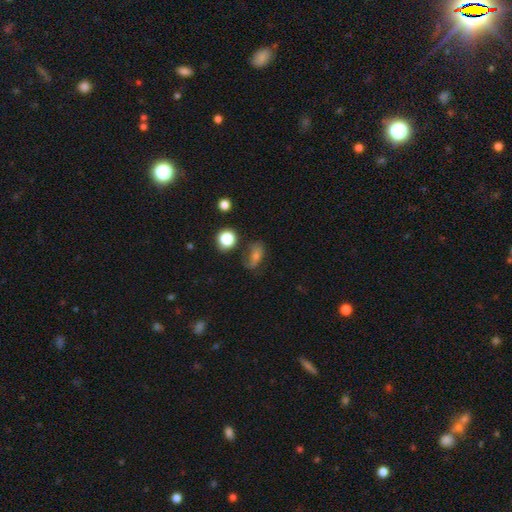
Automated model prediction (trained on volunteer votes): This is possibly a smooth galaxy (53%). How rounded: likely in between (71%). Merging: possibly none (54%).